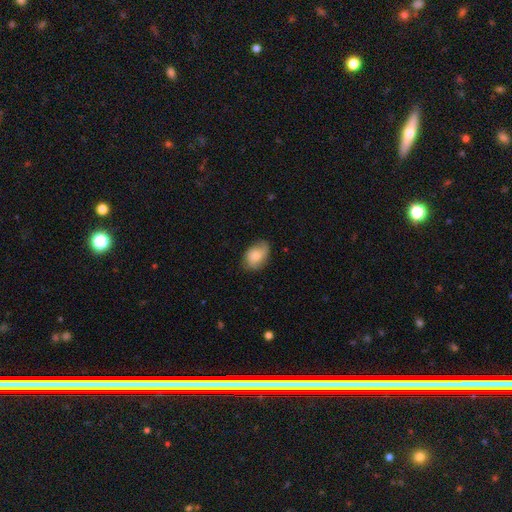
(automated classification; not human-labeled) Smooth or featured: smooth — 65% (featured or disk — 27%)
How rounded: in between — 78% (round — 21%)
Merging: none — 63% (minor disturbance — 28%)